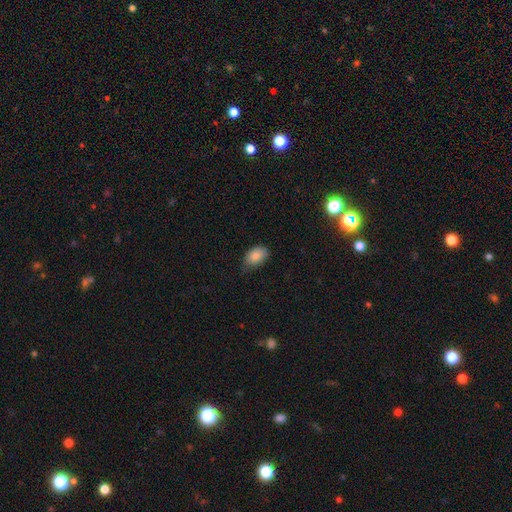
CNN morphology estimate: This appears to be a smooth galaxy with no disk features (84%) that is in between round and cigar-shaped (90%). Merging: none (65%).